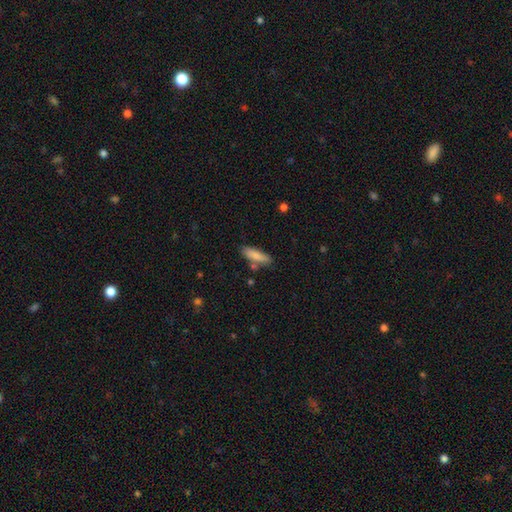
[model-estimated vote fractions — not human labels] A smooth galaxy with no disk features (83%) that is cigar-shaped (57%).

Vote fractions:
- Smooth or featured? smooth: 83% / featured or disk: 11% / star or artifact: 6%
- How rounded? cigar-shaped: 57% / in between: 41% / round: 2%
- Merging? none: 74% / minor disturbance: 15% / merger: 8% / major disturbance: 3%